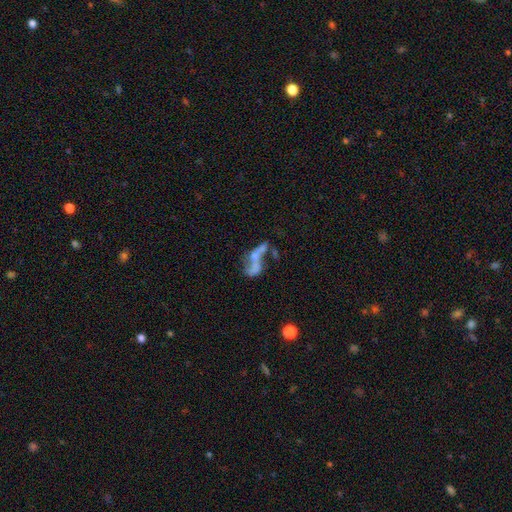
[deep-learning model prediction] A featured or disk galaxy (55%). Merging: merger (47%).